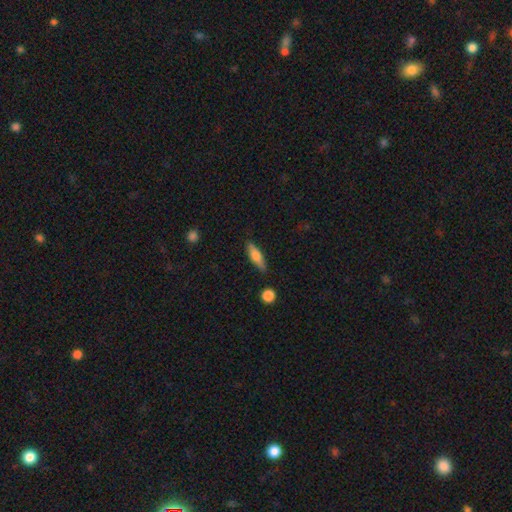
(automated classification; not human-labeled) smooth_or_featured: smooth (p=0.64) [alt: featured or disk p=0.29]
how_rounded: cigar-shaped (p=0.60) [alt: in between p=0.37]
merging: none (p=0.84) [alt: minor disturbance p=0.11]